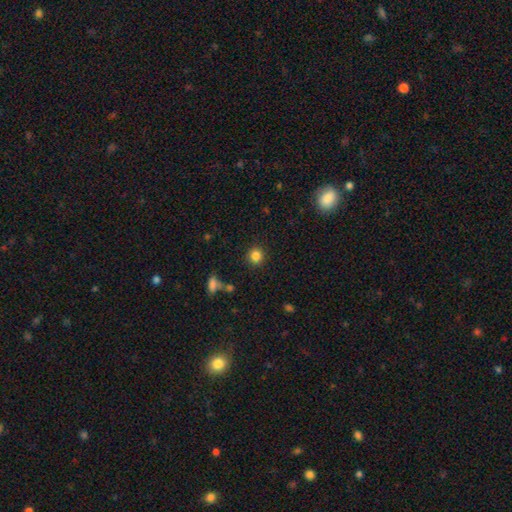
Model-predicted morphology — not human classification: Smooth or featured?
  - smooth: 84% *
  - star or artifact: 11%
  - featured or disk: 5%
How rounded?
  - round: 89% *
  - in between: 10%
  - cigar-shaped: 1%
Merging?
  - none: 89% *
  - minor disturbance: 6%
  - major disturbance: 3%
  - merger: 2%